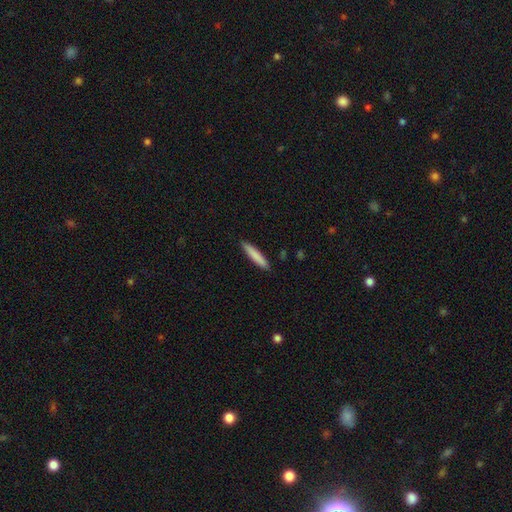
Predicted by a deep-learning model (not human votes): Smooth or featured? smooth (82%)
How rounded? cigar-shaped (90%)
Merging? none (89%)